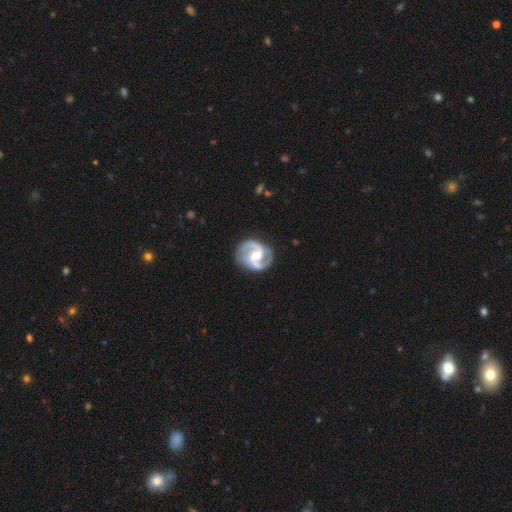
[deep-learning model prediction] Smooth or featured: featured or disk — 90% (smooth — 6%)
Edge-on disk: no — 98% (yes — 2%)
Bar: weak — 48% (strong — 30%)
Spiral arms: yes — 97% (no — 3%)
Spiral winding: medium — 58% (tight — 27%)
Spiral arm count: 2 — 92% (can't tell — 2%)
Bulge size: moderate — 65% (small — 25%)
Merging: none — 81% (minor disturbance — 13%)